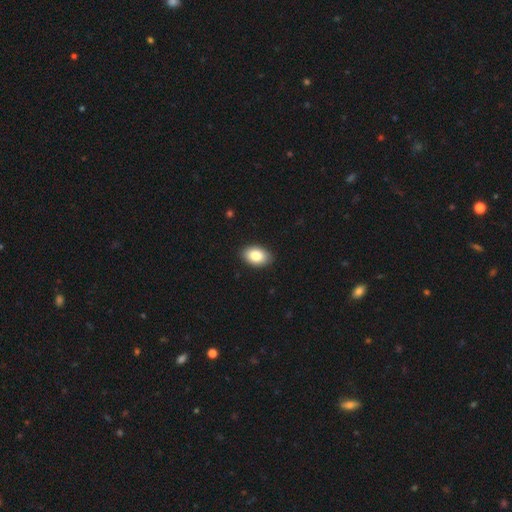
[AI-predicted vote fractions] Smooth or featured? smooth (84%)
How rounded? in between (90%)
Merging? none (89%)